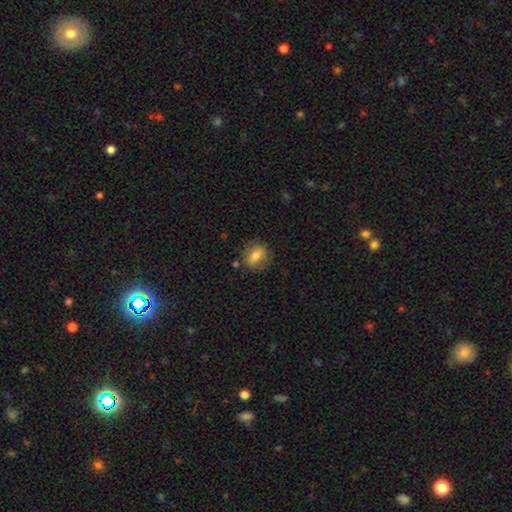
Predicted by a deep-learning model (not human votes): Smooth or featured: smooth — 70% (featured or disk — 22%)
How rounded: round — 52% (in between — 46%)
Merging: none — 79% (minor disturbance — 14%)